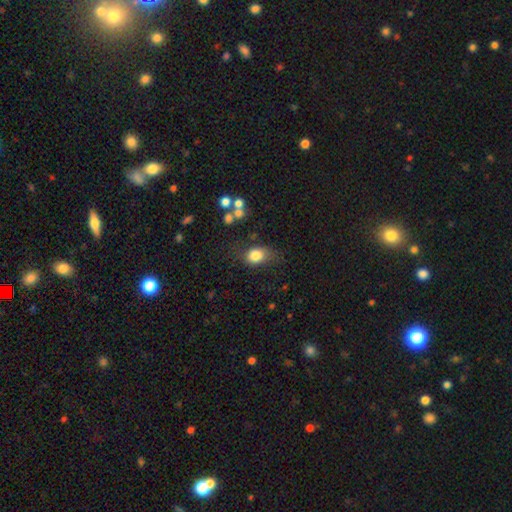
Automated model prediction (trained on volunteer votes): This appears to be a smooth galaxy with no disk features (80%) that is in between round and cigar-shaped (67%). Merging: none (54%).